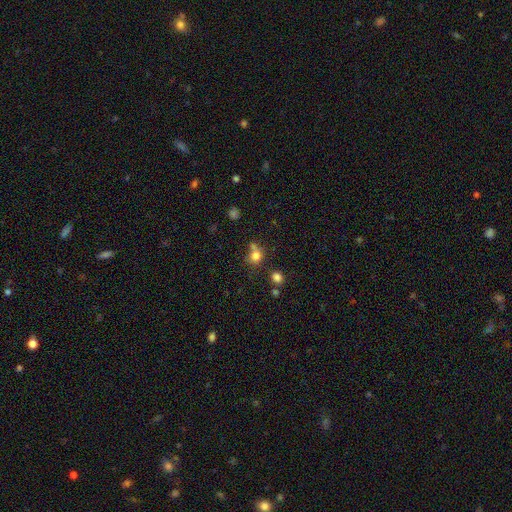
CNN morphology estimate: A smooth galaxy with no disk features (78%) that is round (80%). Merging: none (56%).